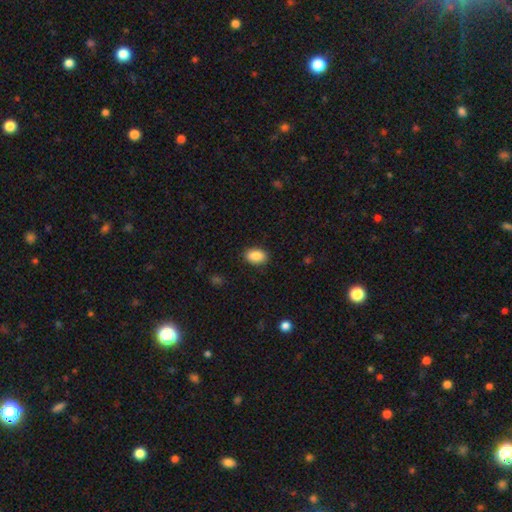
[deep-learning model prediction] Smooth or featured? smooth (88%)
How rounded? in between (89%)
Merging? none (88%)